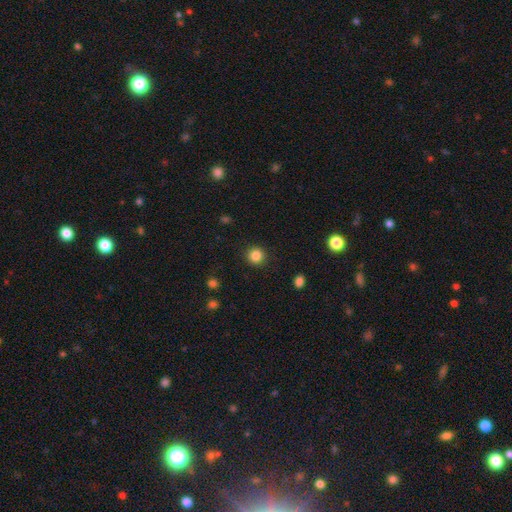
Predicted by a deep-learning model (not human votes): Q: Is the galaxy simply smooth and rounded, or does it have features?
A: smooth — 85%.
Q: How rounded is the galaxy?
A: round — 93%.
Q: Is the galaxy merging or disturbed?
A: none — 91%.